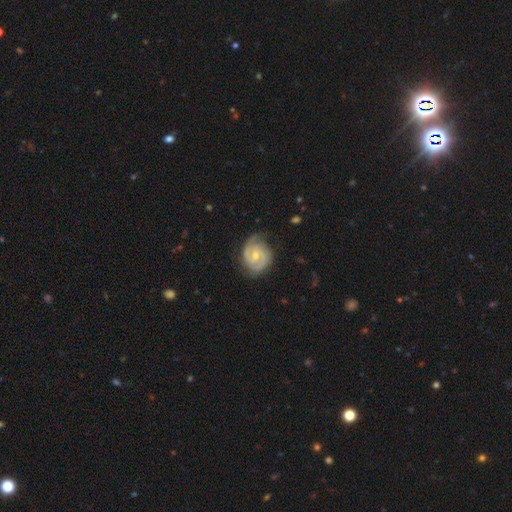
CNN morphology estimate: Smooth or featured?
  - featured or disk: 86% *
  - smooth: 10%
  - star or artifact: 5%
Edge-on disk?
  - no: 98% *
  - yes: 2%
Bar?
  - weak: 46% *
  - no: 45%
  - strong: 9%
Spiral arms?
  - yes: 97% *
  - no: 3%
Spiral winding?
  - tight: 52% *
  - medium: 40%
  - loose: 8%
Spiral arm count?
  - 2: 86% *
  - can't tell: 6%
  - 3: 4%
  - 1: 2%
  - 4: 1%
  - more than 4: 1%
Bulge size?
  - small: 49% *
  - moderate: 46%
  - none: 3%
  - large: 1%
  - dominant: 1%
Merging?
  - none: 73% *
  - minor disturbance: 20%
  - major disturbance: 6%
  - merger: 1%